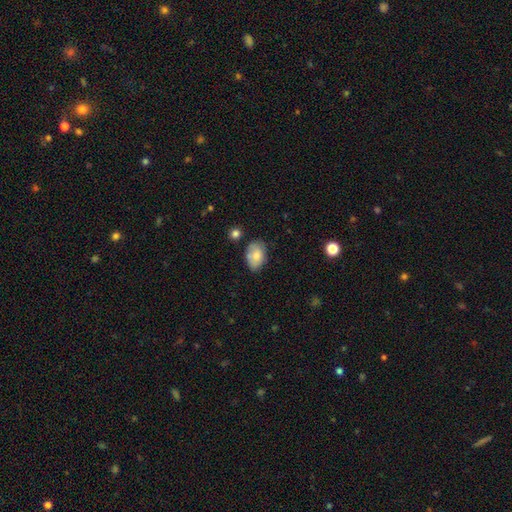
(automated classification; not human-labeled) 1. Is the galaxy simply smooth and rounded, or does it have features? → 79% smooth, 14% featured or disk, 7% star or artifact.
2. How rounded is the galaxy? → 88% in between, 10% round, 1% cigar-shaped.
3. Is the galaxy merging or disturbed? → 64% none, 25% minor disturbance, 6% merger, 5% major disturbance.